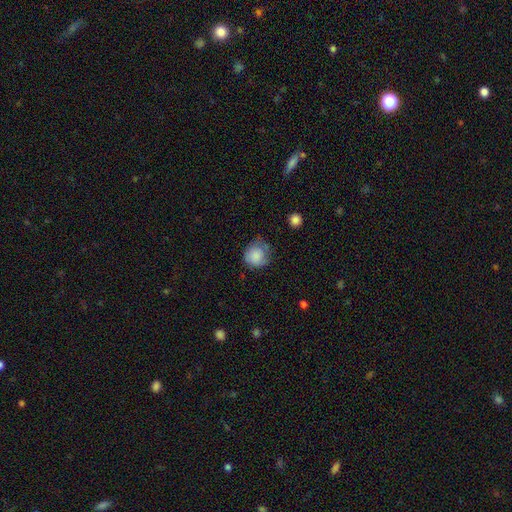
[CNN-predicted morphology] The model was most divided on "merging": none: 47%, minor disturbance: 36%, major disturbance: 14%, merger: 3%. More confident: smooth or featured — smooth (80%); how rounded — round (80%).